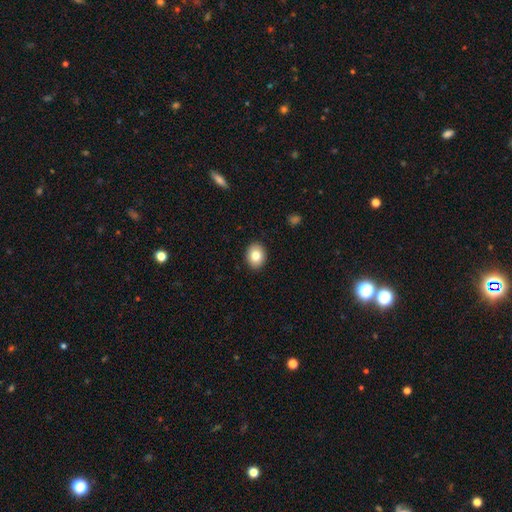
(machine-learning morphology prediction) smooth_or_featured: smooth (p=0.82) [alt: featured or disk p=0.10]
how_rounded: in between (p=0.53) [alt: round p=0.46]
merging: none (p=0.90) [alt: minor disturbance p=0.07]